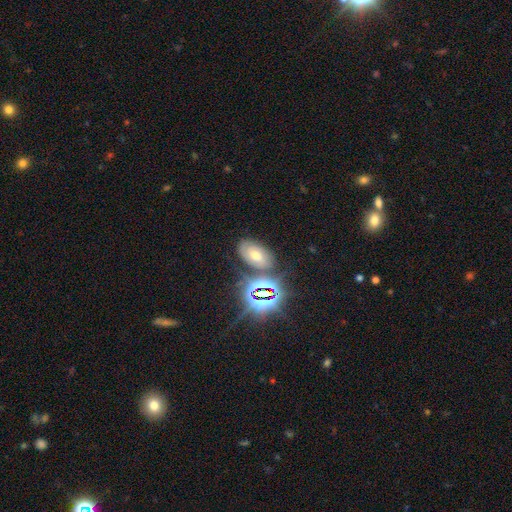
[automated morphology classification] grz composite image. It shows a star or artifact, not a galaxy (44%).